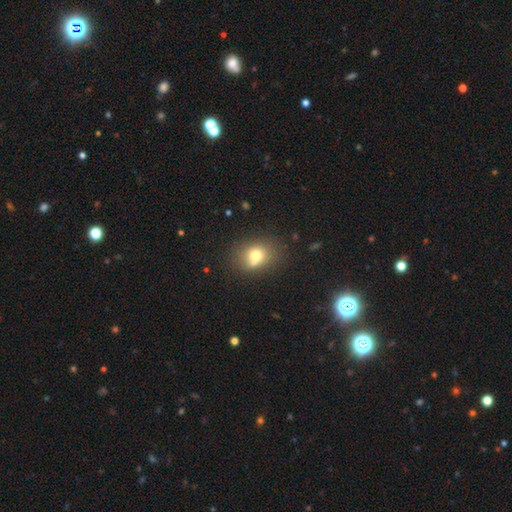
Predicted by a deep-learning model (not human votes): This appears to be a smooth galaxy with no disk features (71%) that is round (52%). Merging: none (55%).